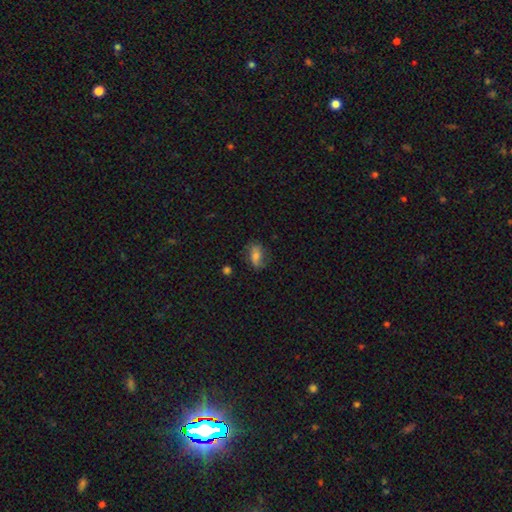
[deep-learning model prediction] Smooth or featured: smooth — 58% (featured or disk — 33%)
How rounded: in between — 83% (round — 11%)
Merging: none — 67% (minor disturbance — 23%)